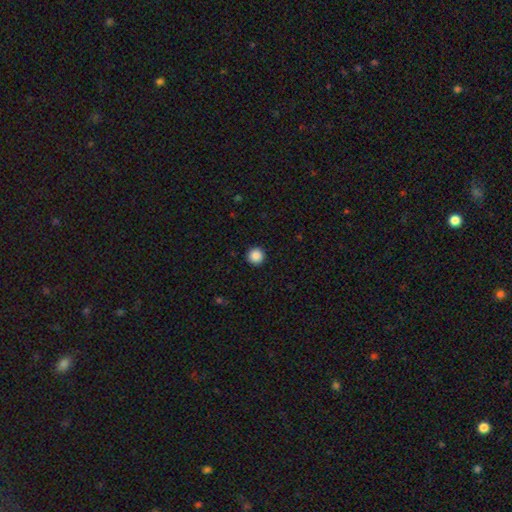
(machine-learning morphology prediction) Smooth or featured?
  - smooth: 88% *
  - star or artifact: 9%
  - featured or disk: 3%
How rounded?
  - round: 96% *
  - in between: 3%
  - cigar-shaped: 1%
Merging?
  - none: 93% *
  - minor disturbance: 4%
  - major disturbance: 2%
  - merger: 1%